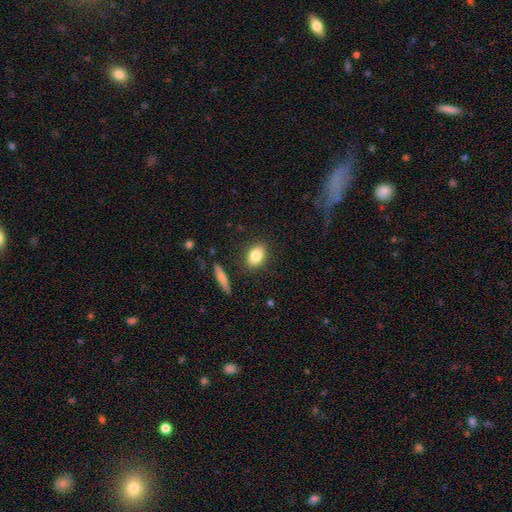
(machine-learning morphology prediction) smooth-or-featured: smooth: 84% | featured or disk: 9% | star or artifact: 8%
  how-rounded: in between: 78% | round: 19% | cigar-shaped: 3%
  merging: none: 86% | minor disturbance: 9% | major disturbance: 2% | merger: 2%